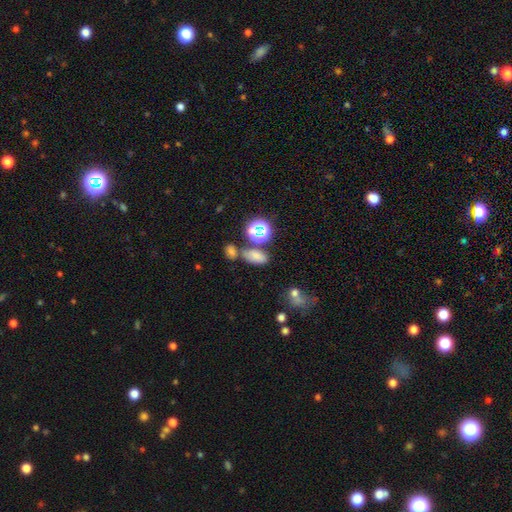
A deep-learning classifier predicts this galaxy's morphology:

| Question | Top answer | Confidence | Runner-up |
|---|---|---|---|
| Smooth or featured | smooth | 69% | star or artifact (22%) |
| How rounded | in between | 86% | round (10%) |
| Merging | none | 60% | merger (20%) |